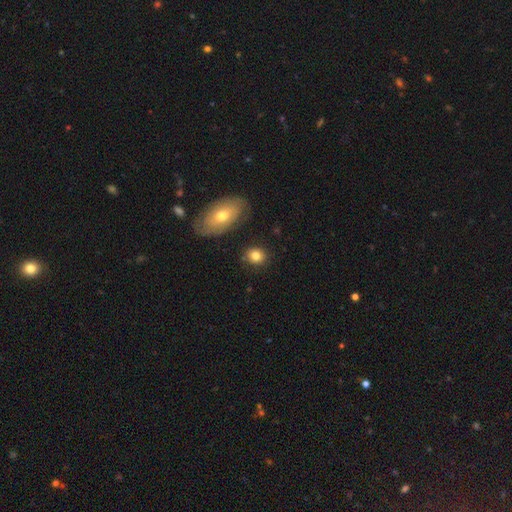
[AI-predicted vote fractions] Overall: smooth (80%). How rounded: round (69%; in between 30%). Merging: none (82%).